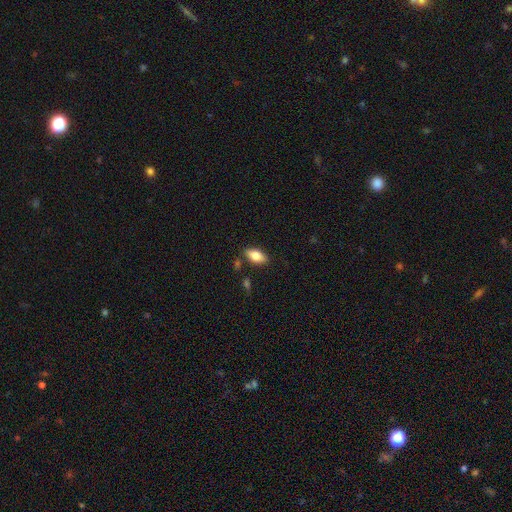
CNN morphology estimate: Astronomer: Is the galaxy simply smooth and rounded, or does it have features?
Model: smooth — 77%.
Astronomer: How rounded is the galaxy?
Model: in between — 90%.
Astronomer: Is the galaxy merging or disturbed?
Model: none — 82%.